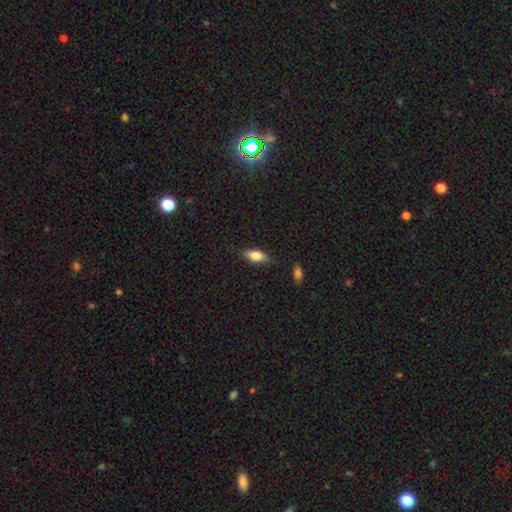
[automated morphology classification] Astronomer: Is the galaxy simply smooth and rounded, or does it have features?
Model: smooth — 75%.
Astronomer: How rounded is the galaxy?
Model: in between — 81%.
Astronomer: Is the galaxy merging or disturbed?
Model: none — 79%.